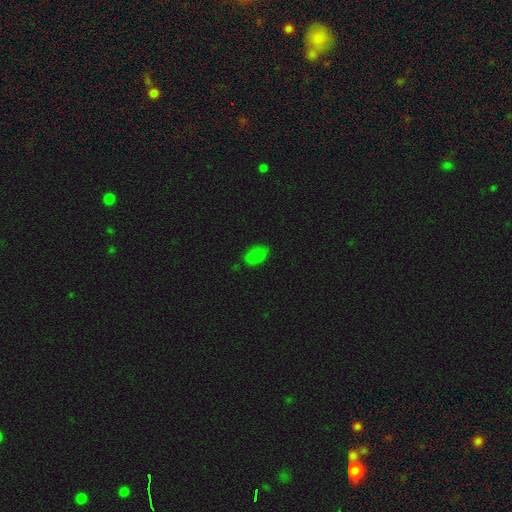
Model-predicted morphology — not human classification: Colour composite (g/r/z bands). It shows a smooth galaxy with no disk features (74%) that is in between round and cigar-shaped (90%). Merging: none (72%).